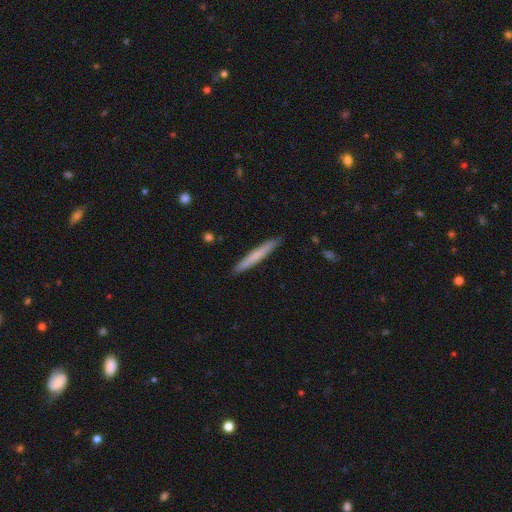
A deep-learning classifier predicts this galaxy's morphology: A smooth galaxy with no disk features (68%) that is cigar-shaped (97%).

Vote fractions:
- Smooth or featured? smooth: 68% / featured or disk: 27% / star or artifact: 5%
- How rounded? cigar-shaped: 97% / in between: 2% / round: 1%
- Merging? none: 91% / minor disturbance: 7% / major disturbance: 1% / merger: 1%